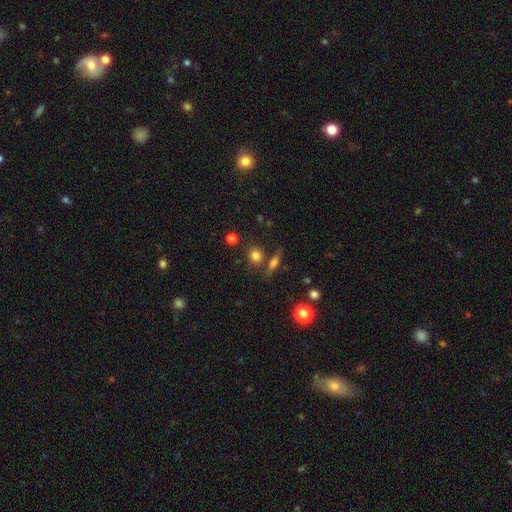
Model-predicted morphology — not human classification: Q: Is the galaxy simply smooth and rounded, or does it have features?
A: smooth — 78%.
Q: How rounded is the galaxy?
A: round — 74%.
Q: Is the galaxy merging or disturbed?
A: none — 72%.